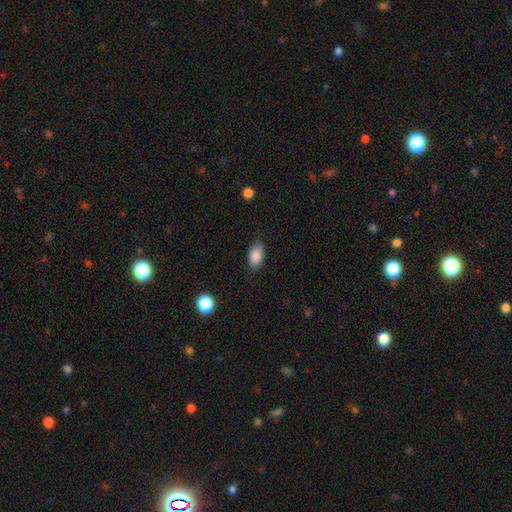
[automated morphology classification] smooth_or_featured: smooth (p=0.87) [alt: star or artifact p=0.07]
how_rounded: in between (p=0.92) [alt: round p=0.04]
merging: none (p=0.83) [alt: minor disturbance p=0.13]